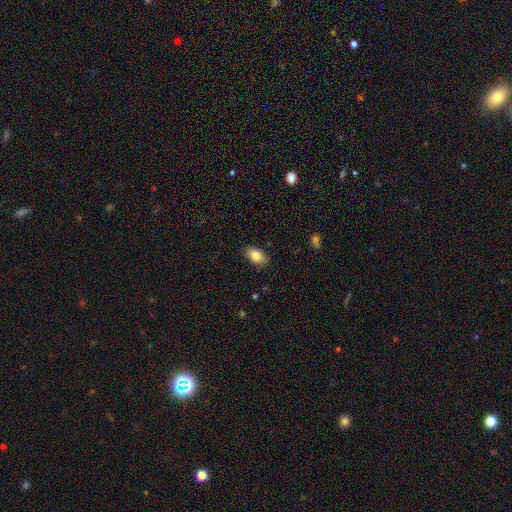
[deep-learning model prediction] Smooth or featured?
  - smooth: 83% *
  - featured or disk: 9%
  - star or artifact: 7%
How rounded?
  - in between: 91% *
  - round: 7%
  - cigar-shaped: 2%
Merging?
  - none: 87% *
  - minor disturbance: 10%
  - major disturbance: 2%
  - merger: 1%